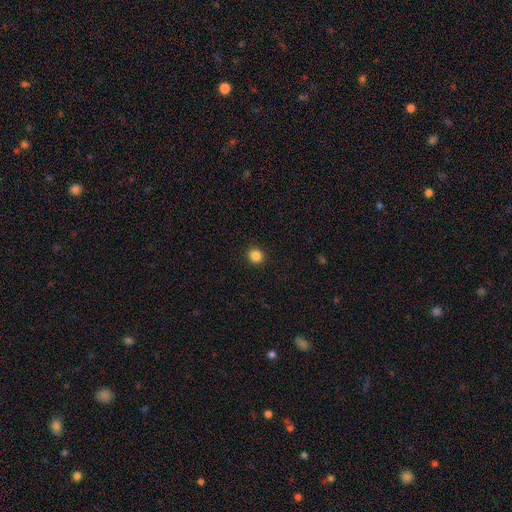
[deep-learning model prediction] The model was most divided on "smooth or featured": smooth: 86%, star or artifact: 11%, featured or disk: 3%. More confident: merging — none (93%); how rounded — round (92%).